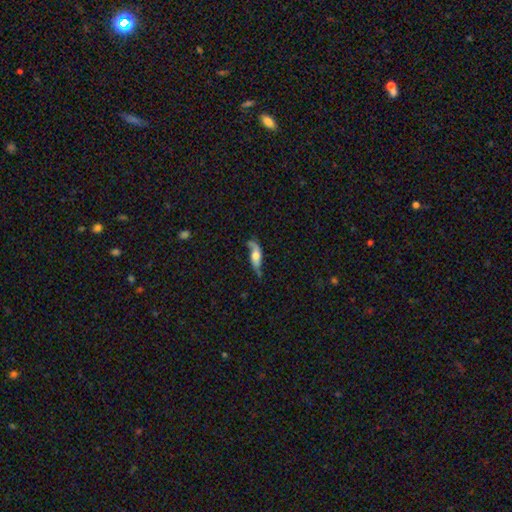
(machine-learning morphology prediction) A featured or disk galaxy (64%).

Vote fractions:
- Smooth or featured? featured or disk: 64% / smooth: 29% / star or artifact: 7%
- Edge-on disk? no: 69% / yes: 31%
- Merging? none: 59% / minor disturbance: 27% / major disturbance: 11% / merger: 3%